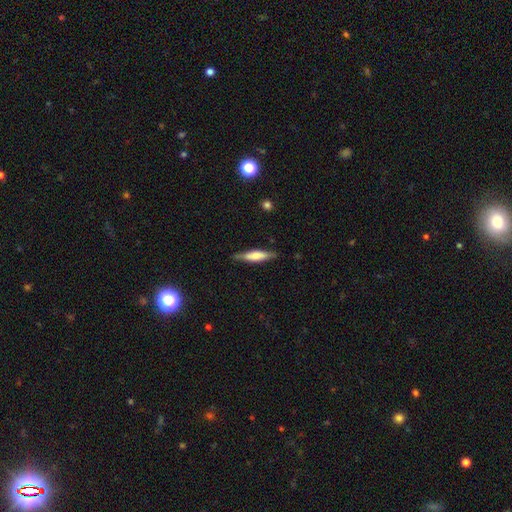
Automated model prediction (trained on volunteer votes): A smooth galaxy with no disk features (48%).

Vote fractions:
- Smooth or featured? smooth: 48% / featured or disk: 46% / star or artifact: 6%
- Merging? none: 85% / minor disturbance: 12% / major disturbance: 2% / merger: 1%